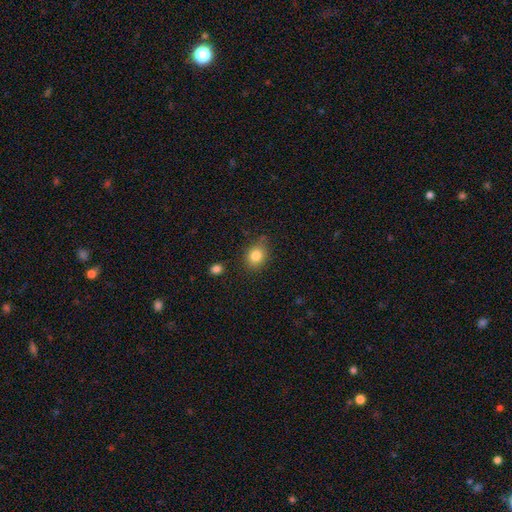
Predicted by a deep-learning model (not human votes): smooth 83%, star or artifact 10%, featured or disk 7%. Down the decision tree: how rounded — round (54%); merging — none (73%).